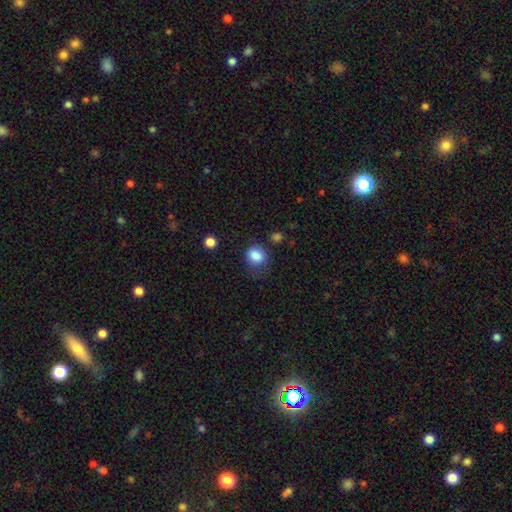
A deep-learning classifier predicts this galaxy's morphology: Smooth or featured?
  - smooth: 85% *
  - star or artifact: 10%
  - featured or disk: 6%
How rounded?
  - round: 62% *
  - in between: 37%
  - cigar-shaped: 1%
Merging?
  - none: 62% *
  - minor disturbance: 25%
  - major disturbance: 10%
  - merger: 3%